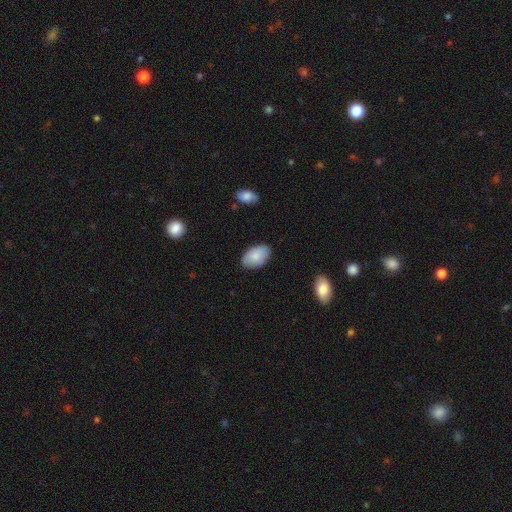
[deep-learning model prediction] Overall: smooth (85%). How rounded: in between (94%). Merging: none (85%).